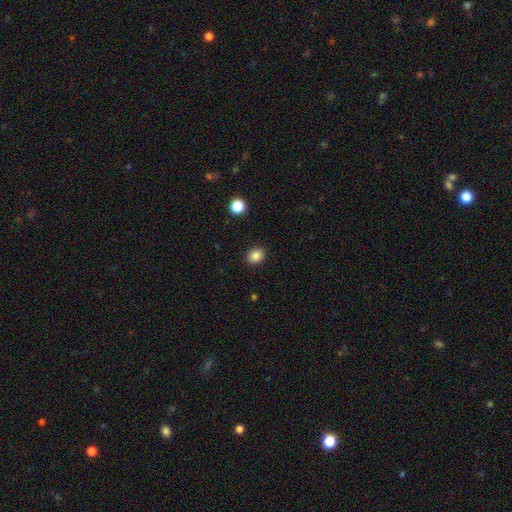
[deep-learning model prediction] This is clearly a smooth galaxy (84%). How rounded: possibly round (56%). Merging: clearly none (90%).